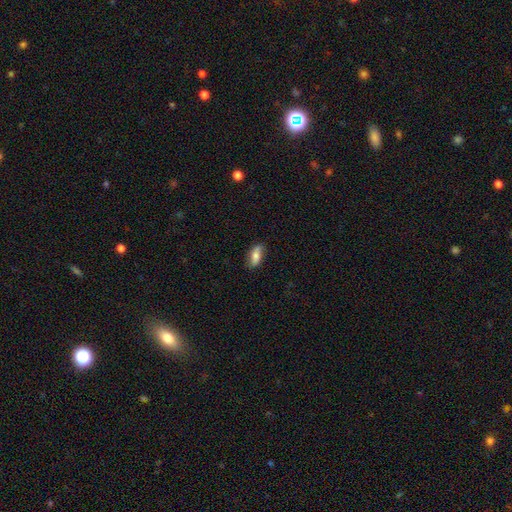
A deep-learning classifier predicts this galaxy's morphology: type=smooth (65%); roundness=in between (78%); merging=none (80%).